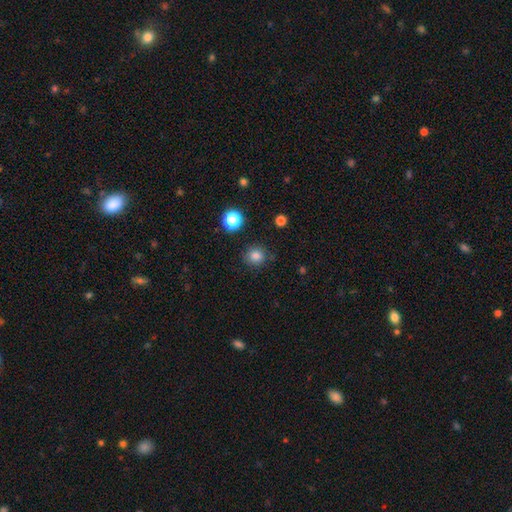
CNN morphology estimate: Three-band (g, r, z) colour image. It shows a smooth galaxy with no disk features (82%) that is round (87%). Merging: none (84%).